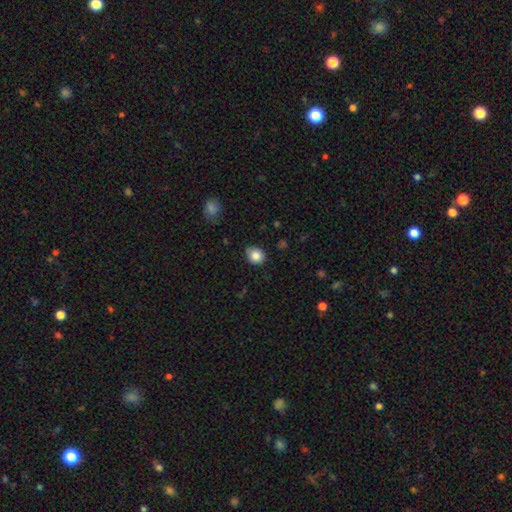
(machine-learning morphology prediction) smooth-or-featured: smooth: 84% | star or artifact: 10% | featured or disk: 6%
  how-rounded: round: 73% | in between: 26% | cigar-shaped: 1%
  merging: none: 76% | minor disturbance: 19% | major disturbance: 3% | merger: 1%